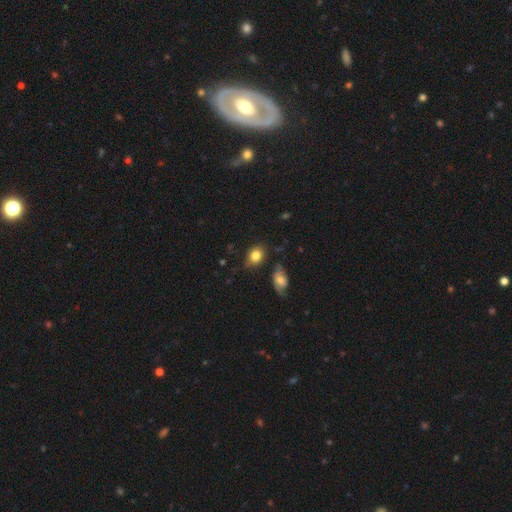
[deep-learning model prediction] This appears to be a smooth galaxy with no disk features (81%) that is in between round and cigar-shaped (56%). Merging: none (67%).